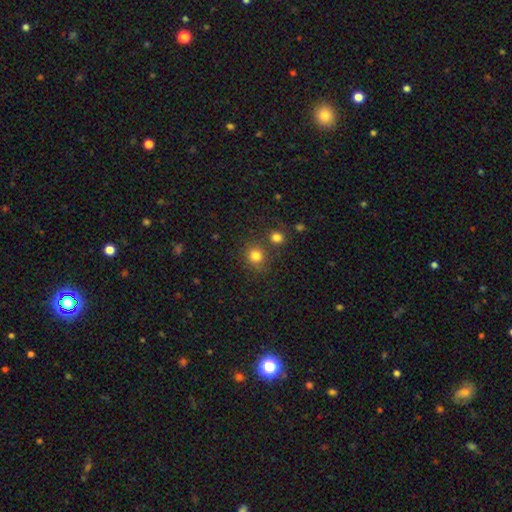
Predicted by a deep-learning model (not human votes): smooth-or-featured: smooth: 79% | star or artifact: 14% | featured or disk: 6%
  how-rounded: round: 87% | in between: 12% | cigar-shaped: 1%
  merging: none: 72% | merger: 15% | minor disturbance: 9% | major disturbance: 4%